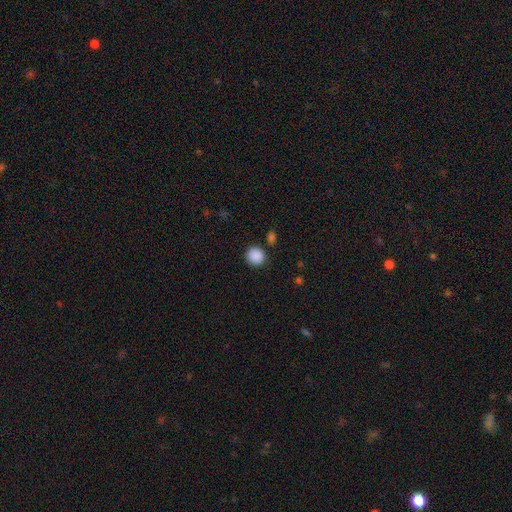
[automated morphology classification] Smooth or featured? Predicted: smooth (p=0.89). How rounded? Predicted: round (p=0.90). Merging? Predicted: none (p=0.86).